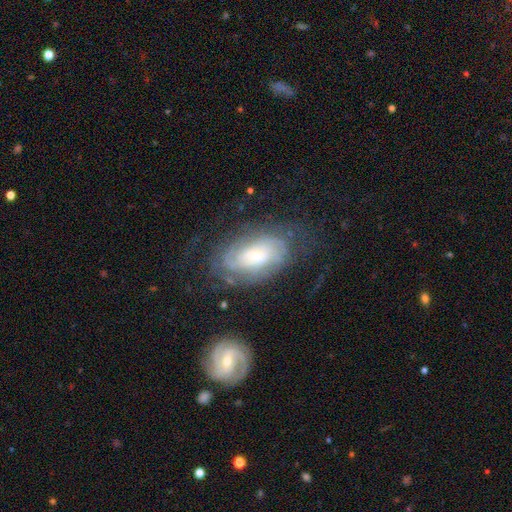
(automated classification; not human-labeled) Smooth or featured: featured or disk — 73% (smooth — 19%)
Edge-on disk: no — 94% (yes — 6%)
Bar: no — 57% (weak — 34%)
Spiral arms: yes — 91% (no — 9%)
Spiral winding: tight — 63% (medium — 28%)
Spiral arm count: can't tell — 49% (2 — 24%)
Bulge size: small — 49% (moderate — 32%)
Merging: none — 66% (minor disturbance — 19%)